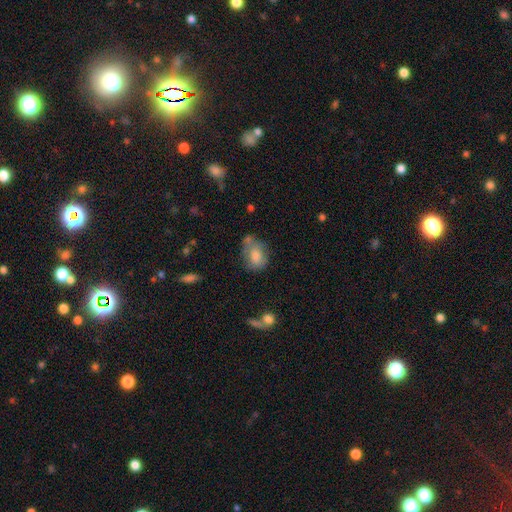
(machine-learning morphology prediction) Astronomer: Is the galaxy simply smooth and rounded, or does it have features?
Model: smooth — 73%.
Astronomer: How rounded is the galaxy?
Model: in between — 64%.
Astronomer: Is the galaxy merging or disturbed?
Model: none — 46% (runner-up: minor disturbance, 27%).